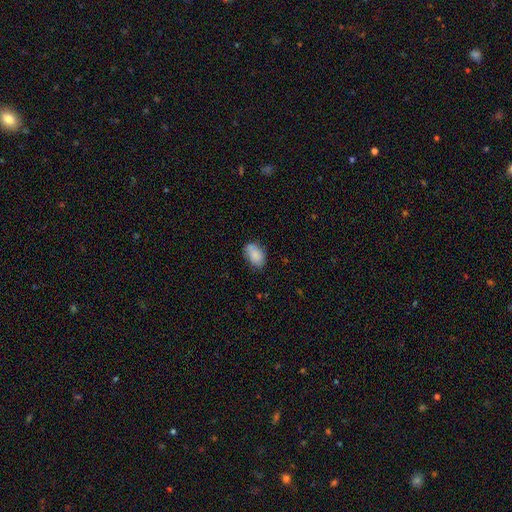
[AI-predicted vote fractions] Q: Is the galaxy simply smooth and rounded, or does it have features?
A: smooth — 81%.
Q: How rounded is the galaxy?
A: in between — 88%.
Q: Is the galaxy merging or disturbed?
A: none — 72%.